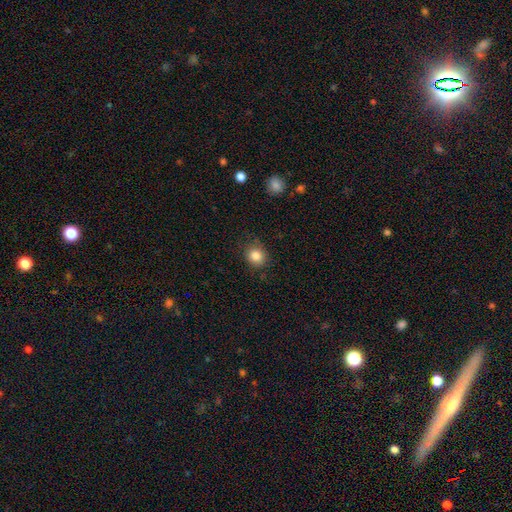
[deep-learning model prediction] This appears to be a smooth galaxy with no disk features (84%) that is round (74%). Merging: none (80%).